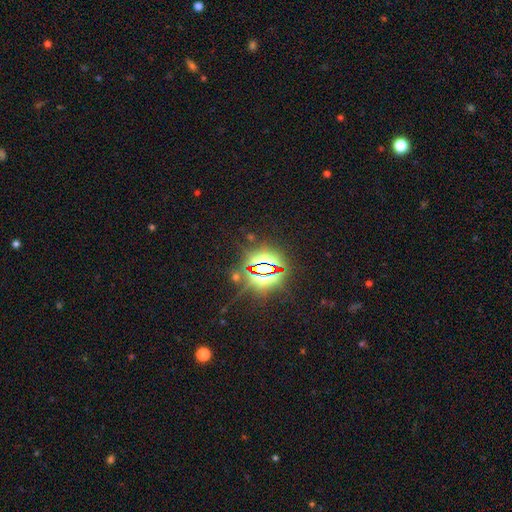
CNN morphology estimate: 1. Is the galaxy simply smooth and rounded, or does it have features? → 82% star or artifact, 10% smooth, 8% featured or disk.